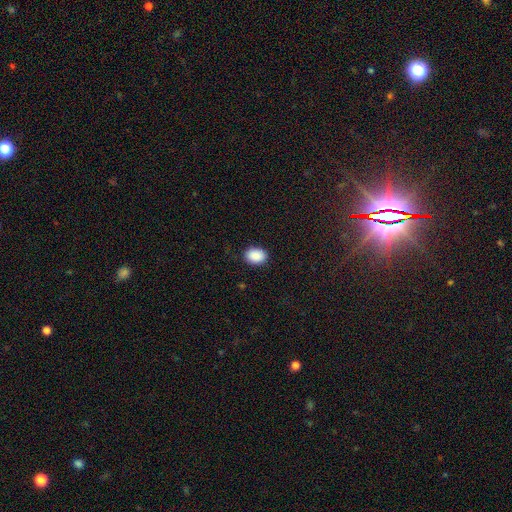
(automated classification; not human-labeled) Overall: smooth (90%). How rounded: in between (70%). Merging: none (89%).